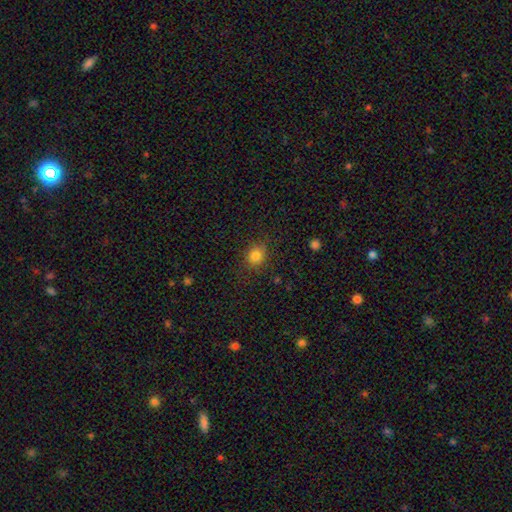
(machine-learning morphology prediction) Overall: smooth (82%). How rounded: round (69%; in between 30%). Merging: none (83%).